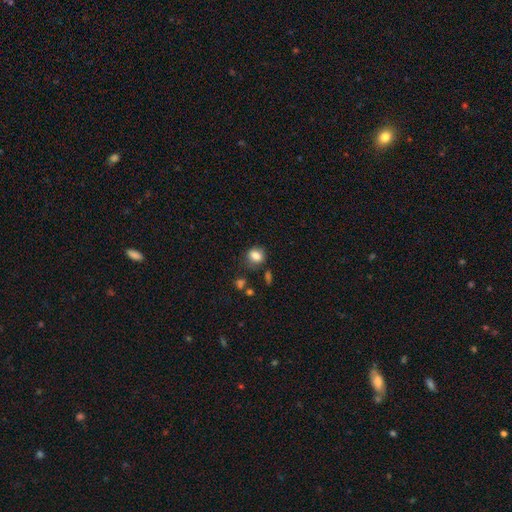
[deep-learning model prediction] This appears to be a smooth galaxy with no disk features (82%) that is round (52%). Merging: none (70%).